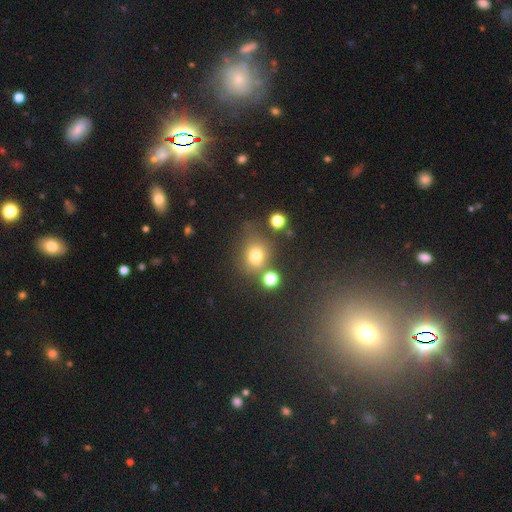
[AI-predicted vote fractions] Smooth or featured? smooth (71%)
How rounded? round (75%)
Merging? none (59%)